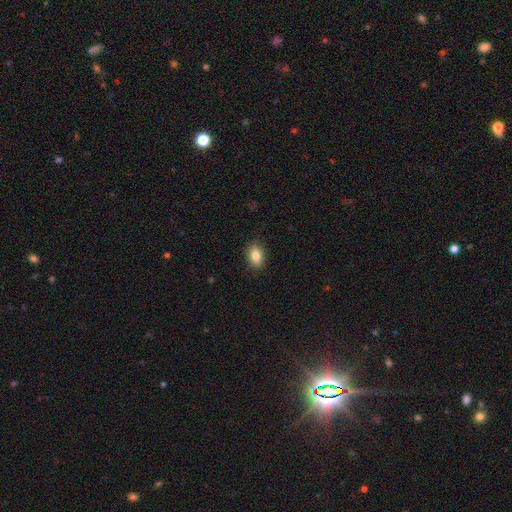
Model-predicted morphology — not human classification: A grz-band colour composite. It shows a smooth galaxy with no disk features (84%) that is in between round and cigar-shaped (84%). Merging: none (88%).